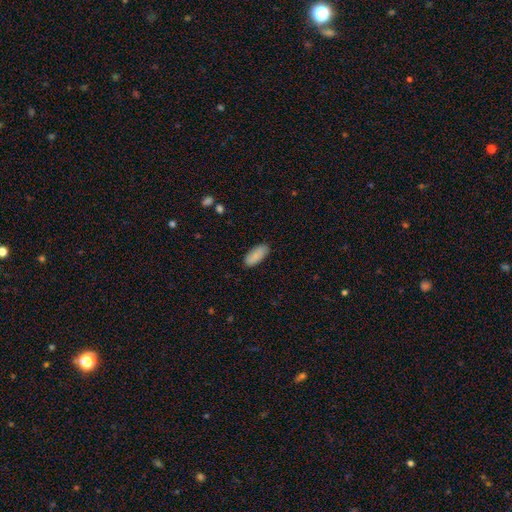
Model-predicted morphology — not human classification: type=smooth (86%); roundness=in between (88%); merging=none (87%).